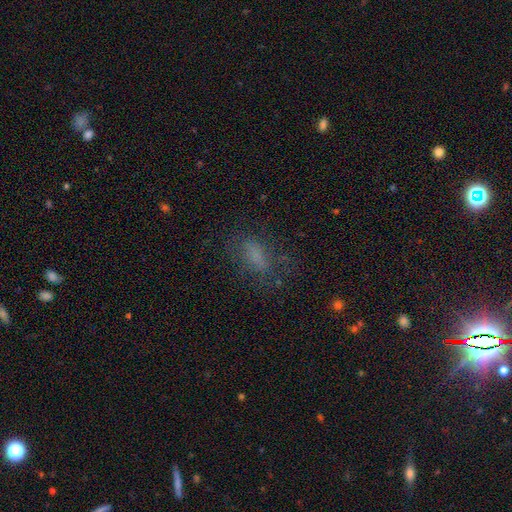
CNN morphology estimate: Smooth or featured?
  - smooth: 65% *
  - featured or disk: 18%
  - star or artifact: 18%
How rounded?
  - in between: 77% *
  - cigar-shaped: 15%
  - round: 9%
Merging?
  - none: 63% *
  - minor disturbance: 19%
  - major disturbance: 16%
  - merger: 2%